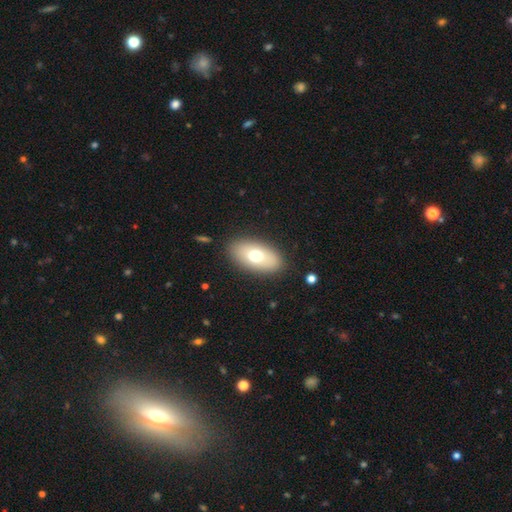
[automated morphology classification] Smooth or featured? Predicted: smooth (p=0.68). How rounded? Predicted: in between (p=0.91). Merging? Predicted: none (p=0.86).